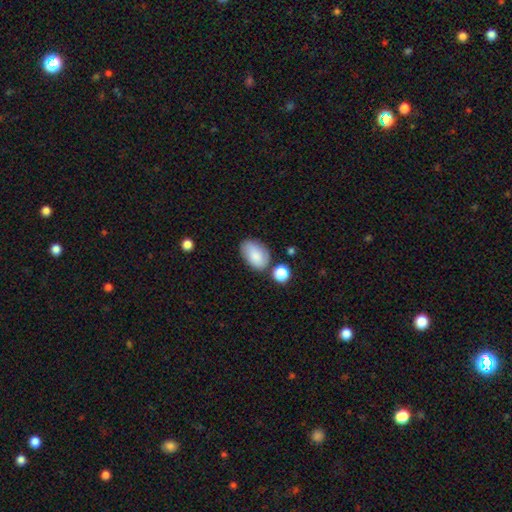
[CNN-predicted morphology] The model was most divided on "merging": none: 65%, minor disturbance: 21%, merger: 9%, major disturbance: 6%. More confident: how rounded — in between (88%); smooth or featured — smooth (81%).